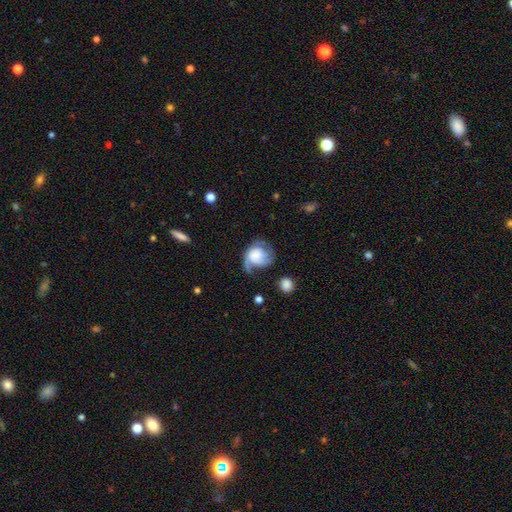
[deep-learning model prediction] featured or disk 59%, smooth 33%, star or artifact 8%. Down the decision tree: edge-on disk — no (97%); bar — no (76%); spiral arms — yes (83%); bulge size — large (34%); merging — none (36%).